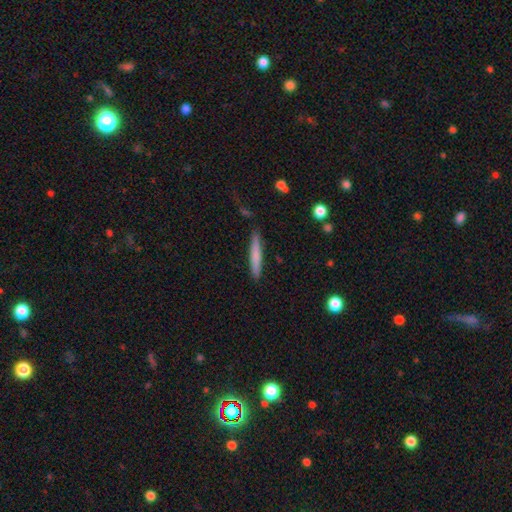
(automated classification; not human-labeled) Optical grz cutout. It shows a smooth galaxy with no disk features (71%) that is cigar-shaped (94%). Merging: none (88%).